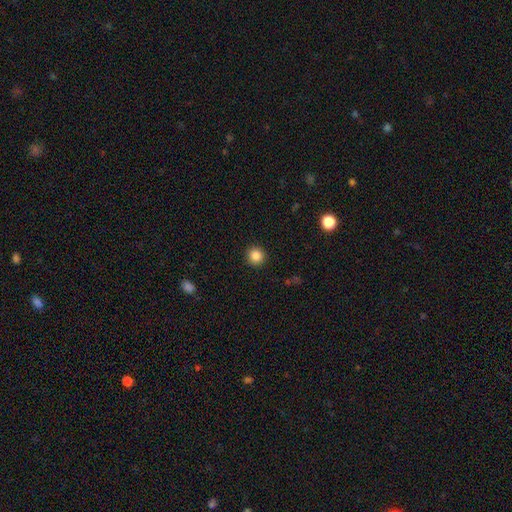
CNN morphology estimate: A smooth galaxy with no disk features (84%) that is round (95%).

Vote fractions:
- Smooth or featured? smooth: 84% / star or artifact: 11% / featured or disk: 5%
- How rounded? round: 95% / in between: 4% / cigar-shaped: 1%
- Merging? none: 93% / minor disturbance: 5% / major disturbance: 2% / merger: 1%